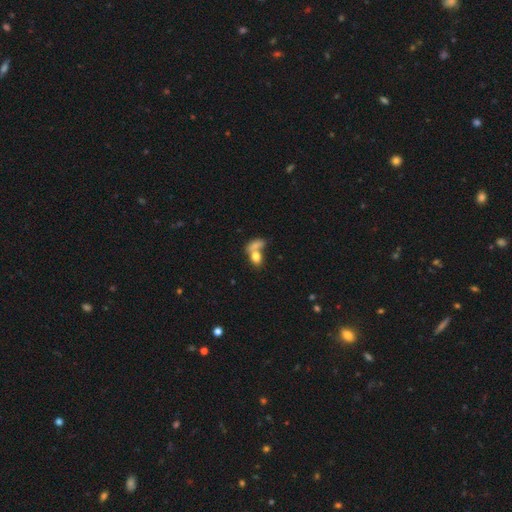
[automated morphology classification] smooth_or_featured: smooth (p=0.76) [alt: featured or disk p=0.14]
how_rounded: in between (p=0.74) [alt: round p=0.23]
merging: merger (p=0.61) [alt: none p=0.24]